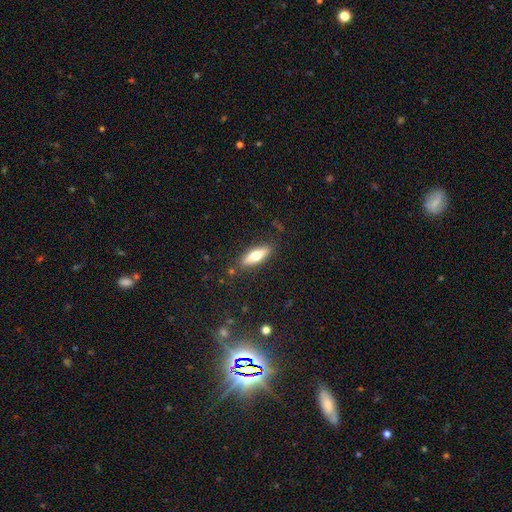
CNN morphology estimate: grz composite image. It shows a smooth galaxy with no disk features (62%) that is in between round and cigar-shaped (50%). Merging: none (85%).